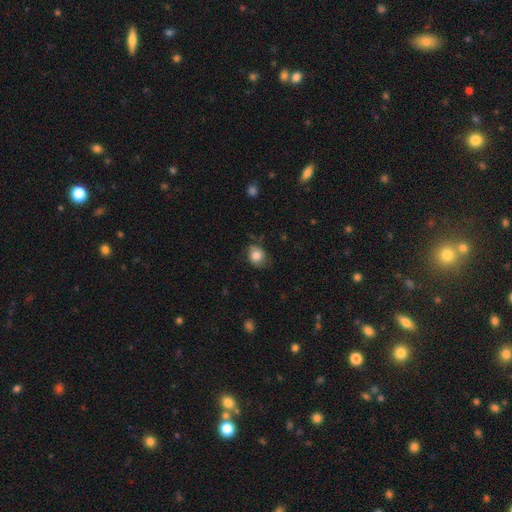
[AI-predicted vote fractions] The model was most divided on "how rounded": round: 63%, in between: 37%, cigar-shaped: 1%. More confident: smooth or featured — smooth (81%); merging — none (68%).